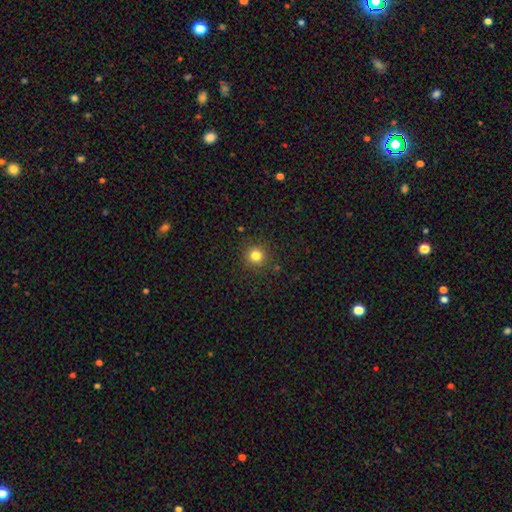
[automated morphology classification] Smooth or featured? smooth (81%)
How rounded? round (95%)
Merging? none (90%)